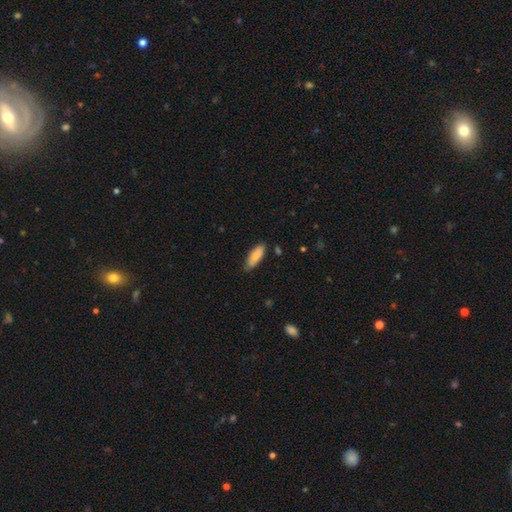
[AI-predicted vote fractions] The model was most divided on "how rounded": in between: 67%, cigar-shaped: 31%, round: 2%. More confident: smooth or featured — smooth (83%); merging — none (80%).